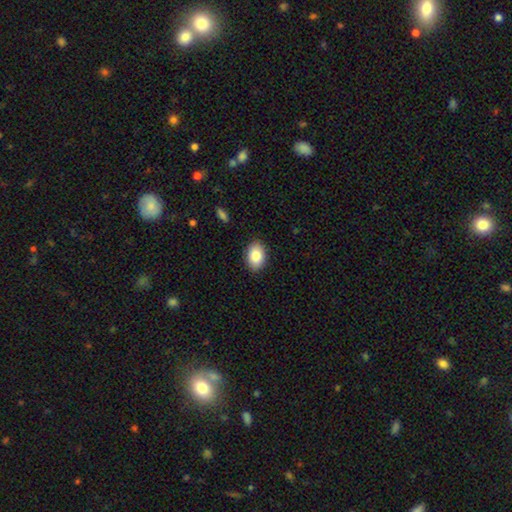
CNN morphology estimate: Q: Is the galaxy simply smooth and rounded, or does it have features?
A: smooth — 85%.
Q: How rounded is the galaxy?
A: in between — 85%.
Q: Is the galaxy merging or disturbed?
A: none — 88%.